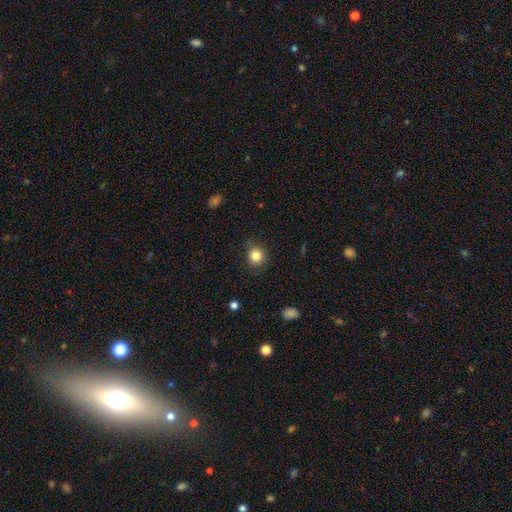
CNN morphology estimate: A smooth galaxy with no disk features (84%) that is round (85%).

Vote fractions:
- Smooth or featured? smooth: 84% / star or artifact: 11% / featured or disk: 5%
- How rounded? round: 85% / in between: 14% / cigar-shaped: 1%
- Merging? none: 87% / minor disturbance: 9% / major disturbance: 3% / merger: 1%